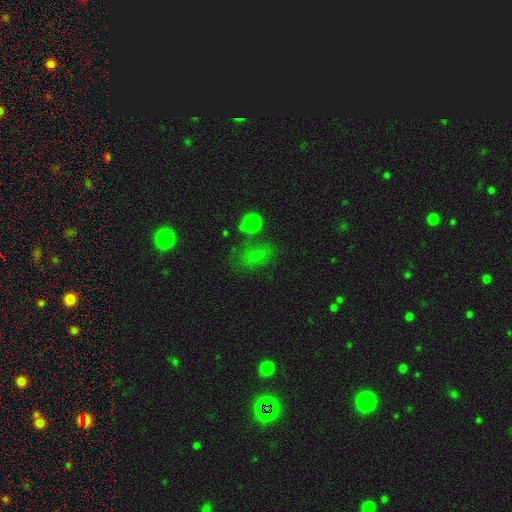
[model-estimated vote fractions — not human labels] Q: Smooth or featured?
A: smooth (61%); runner-up: star or artifact (22%)
Q: How rounded?
A: in between (73%); runner-up: round (24%)
Q: Merging?
A: none (55%); runner-up: minor disturbance (21%)